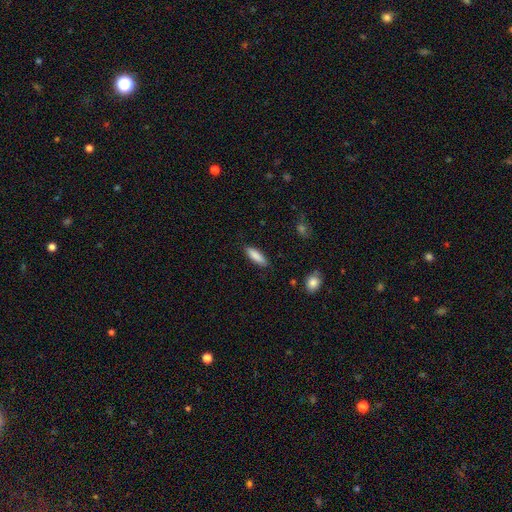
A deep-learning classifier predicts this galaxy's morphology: Q: Smooth or featured?
A: smooth (87%); runner-up: featured or disk (7%)
Q: How rounded?
A: cigar-shaped (56%); runner-up: in between (43%)
Q: Merging?
A: none (87%); runner-up: minor disturbance (10%)